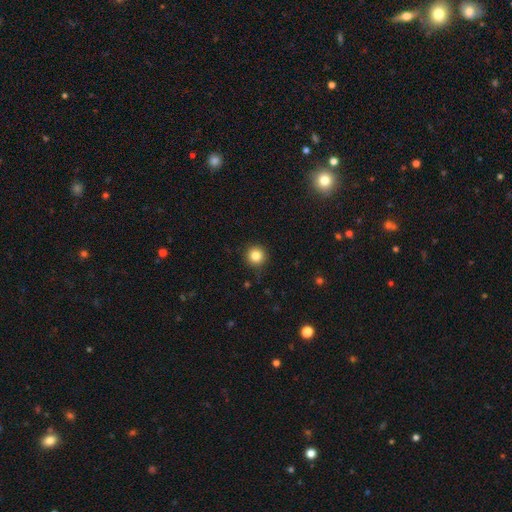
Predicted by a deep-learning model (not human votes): Smooth or featured? Predicted: smooth (p=0.85). How rounded? Predicted: round (p=0.95). Merging? Predicted: none (p=0.89).